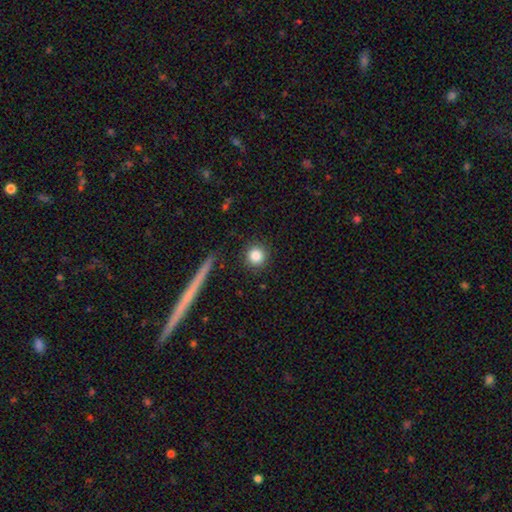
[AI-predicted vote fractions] Overall: smooth (84%). How rounded: round (93%). Merging: none (90%).